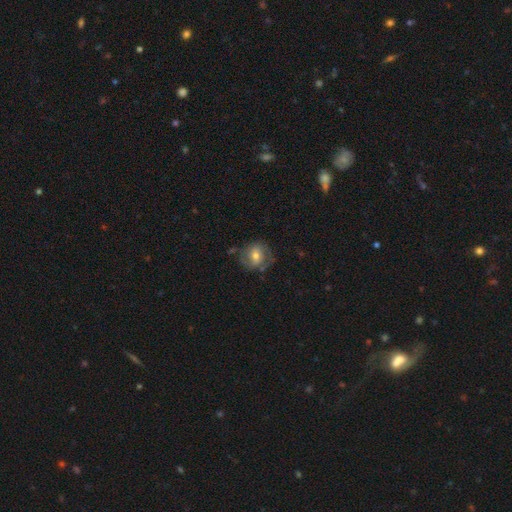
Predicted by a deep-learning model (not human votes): This is possibly a smooth galaxy (53%). How rounded: likely round (69%). Merging: likely none (60%).